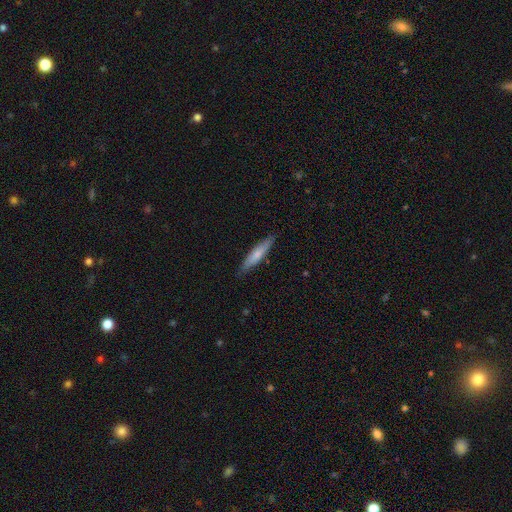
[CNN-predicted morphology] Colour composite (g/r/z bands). It shows a smooth galaxy with no disk features (63%) that is cigar-shaped (90%). Merging: none (88%).